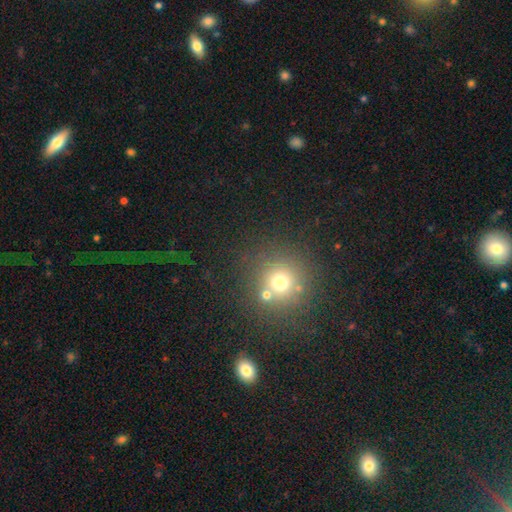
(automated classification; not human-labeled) Smooth or featured?
  - smooth: 55% *
  - star or artifact: 36%
  - featured or disk: 9%
How rounded?
  - round: 92% *
  - in between: 7%
  - cigar-shaped: 1%
Merging?
  - none: 74% *
  - merger: 14%
  - minor disturbance: 8%
  - major disturbance: 4%